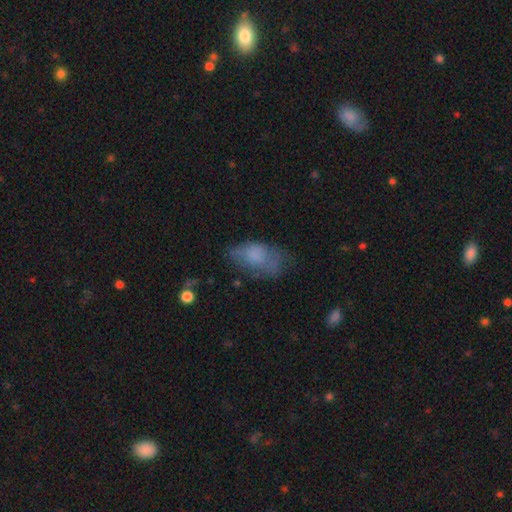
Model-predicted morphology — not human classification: type=smooth (64%); roundness=in between (90%); merging=none (43%).